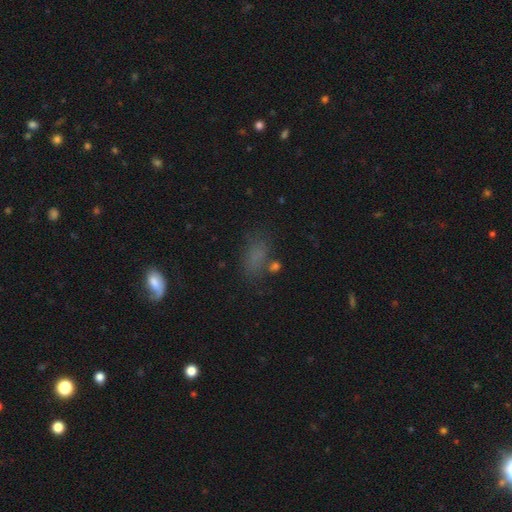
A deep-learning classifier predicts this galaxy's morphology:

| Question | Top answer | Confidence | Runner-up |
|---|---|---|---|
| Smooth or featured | smooth | 67% | star or artifact (20%) |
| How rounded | in between | 82% | round (12%) |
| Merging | none | 60% | minor disturbance (20%) |